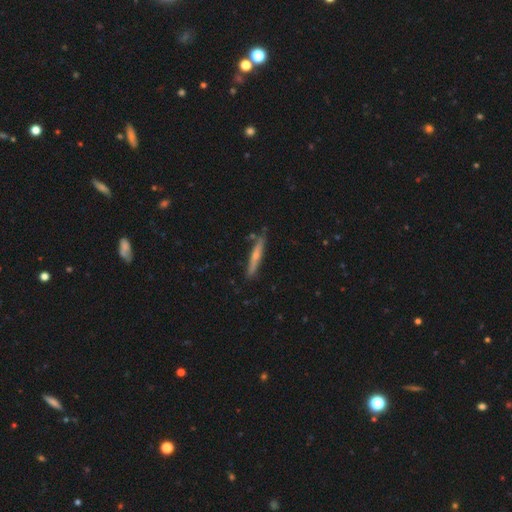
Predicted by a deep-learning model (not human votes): smooth_or_featured: featured or disk (p=0.54) [alt: smooth p=0.40]
disk_edge_on: yes (p=0.93) [alt: no p=0.07]
edge_on_bulge: rounded (p=0.76) [alt: none p=0.21]
merging: none (p=0.81) [alt: minor disturbance p=0.13]